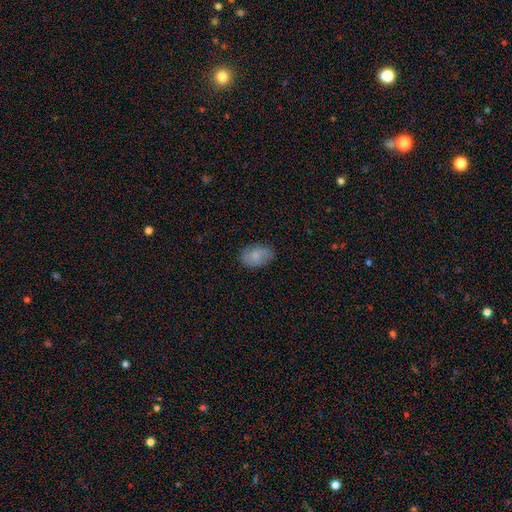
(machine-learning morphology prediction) A smooth galaxy with no disk features (78%) that is in between round and cigar-shaped (85%).

Vote fractions:
- Smooth or featured? smooth: 78% / featured or disk: 14% / star or artifact: 8%
- How rounded? in between: 85% / round: 14% / cigar-shaped: 1%
- Merging? none: 77% / minor disturbance: 18% / major disturbance: 4% / merger: 1%